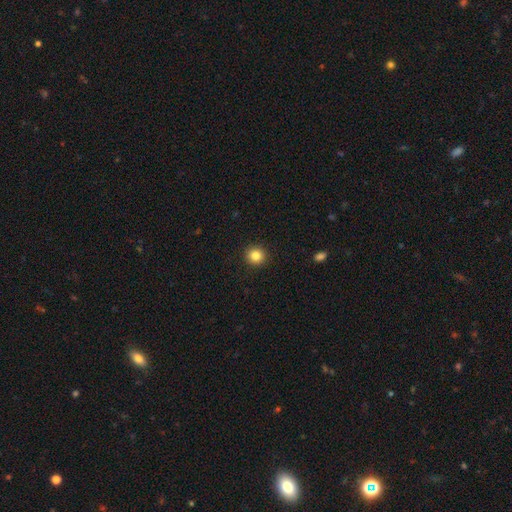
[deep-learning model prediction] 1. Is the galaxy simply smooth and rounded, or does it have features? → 84% smooth, 11% star or artifact, 5% featured or disk.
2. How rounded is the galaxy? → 93% round, 6% in between, 1% cigar-shaped.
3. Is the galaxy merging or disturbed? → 93% none, 5% minor disturbance, 2% major disturbance, 1% merger.